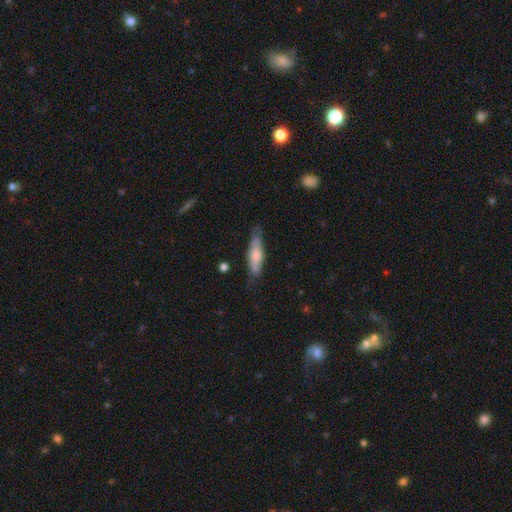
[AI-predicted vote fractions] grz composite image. It shows a smooth galaxy with no disk features (64%) that is cigar-shaped (58%). Merging: none (67%).